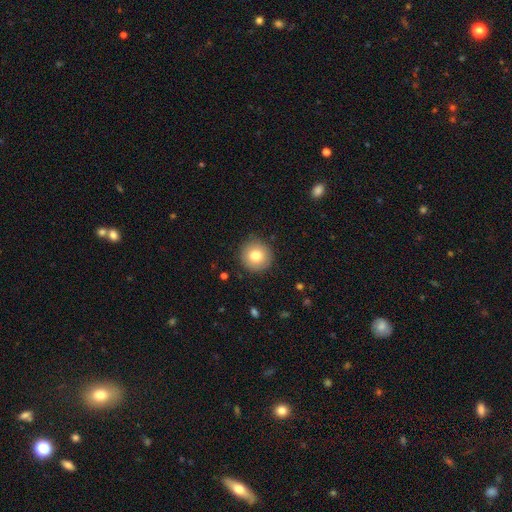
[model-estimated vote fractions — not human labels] Smooth or featured? smooth (80%)
How rounded? round (95%)
Merging? none (90%)